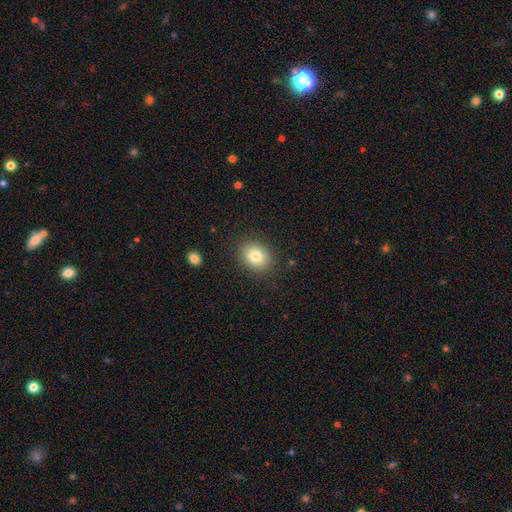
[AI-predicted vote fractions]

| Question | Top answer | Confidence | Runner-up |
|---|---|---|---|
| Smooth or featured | smooth | 81% | star or artifact (11%) |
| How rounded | round | 52% | in between (47%) |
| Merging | none | 89% | minor disturbance (7%) |